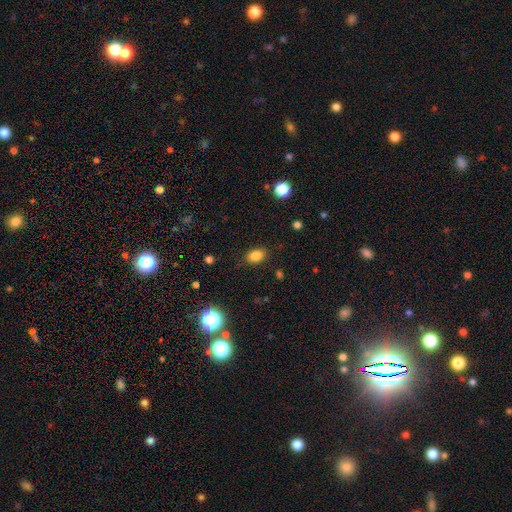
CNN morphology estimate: smooth 84%, star or artifact 11%, featured or disk 5%. Down the decision tree: how rounded — in between (76%); merging — none (86%).